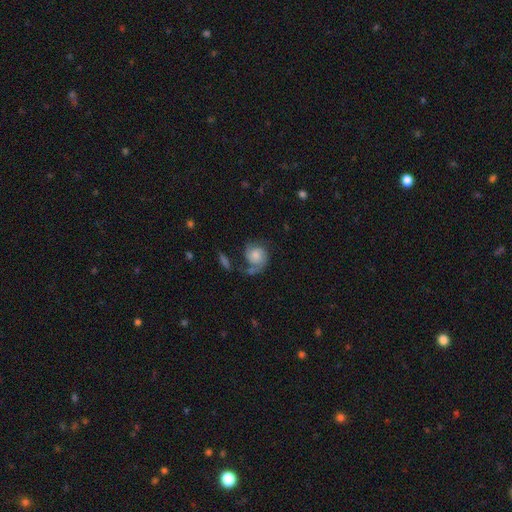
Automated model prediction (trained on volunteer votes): This appears to be a featured or disk galaxy (56%) with no bar (74%), spiral arms (88%) and a moderate central bulge (41%). Merging: none (43%).